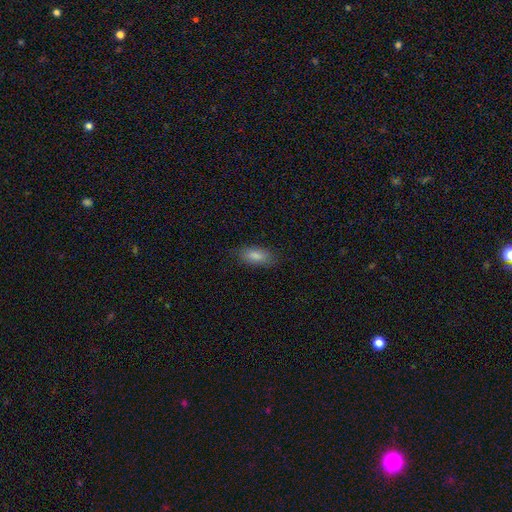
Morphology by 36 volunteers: smooth-or-featured: smooth: 86% | featured or disk: 8% | star or artifact: 6%
  how-rounded: in between: 97% | cigar-shaped: 3% | round: 0%
  merging: none: 76% | minor disturbance: 18% | major disturbance: 6% | merger: 0%